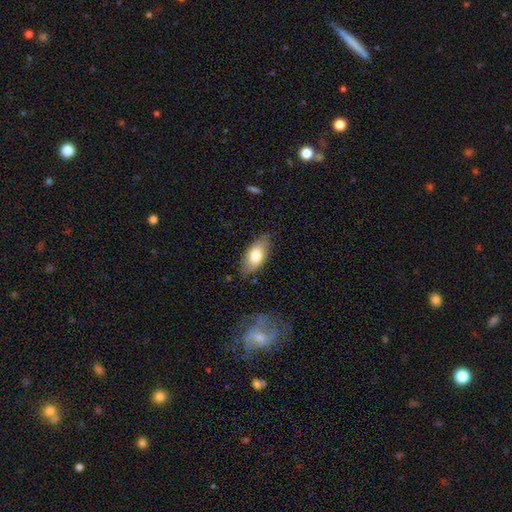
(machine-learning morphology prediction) Smooth or featured? Predicted: smooth (p=0.74). How rounded? Predicted: in between (p=0.90). Merging? Predicted: none (p=0.76).